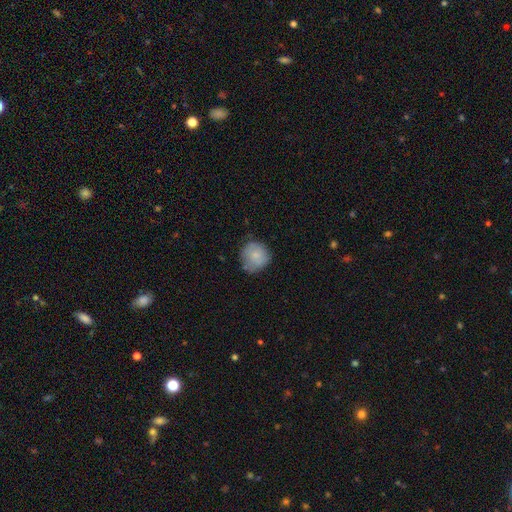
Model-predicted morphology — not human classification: A smooth galaxy with no disk features (79%) that is round (87%).

Vote fractions:
- Smooth or featured? smooth: 79% / featured or disk: 14% / star or artifact: 7%
- How rounded? round: 87% / in between: 12% / cigar-shaped: 1%
- Merging? none: 65% / minor disturbance: 27% / major disturbance: 6% / merger: 2%